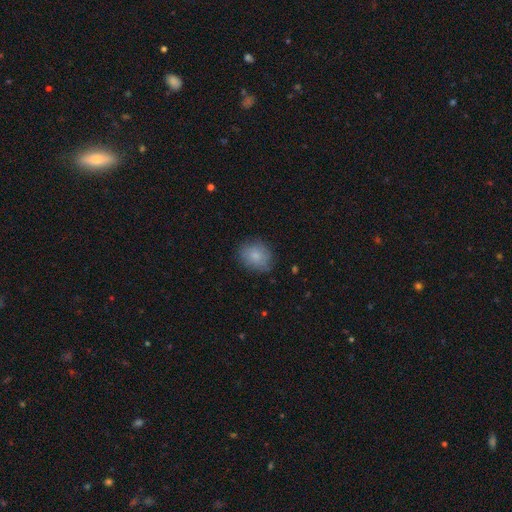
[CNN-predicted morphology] This appears to be a smooth galaxy with no disk features (80%) that is round (59%). Merging: none (77%).